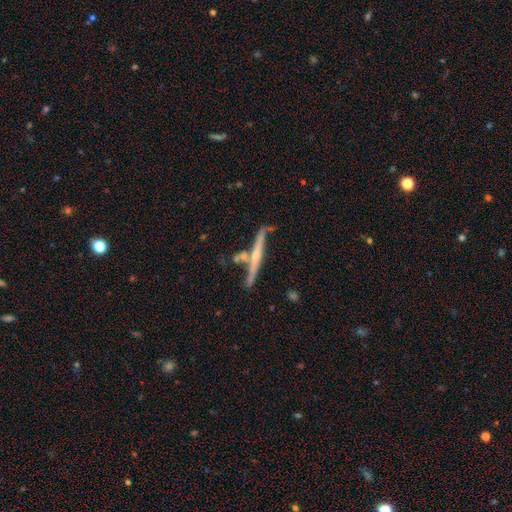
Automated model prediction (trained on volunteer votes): smooth_or_featured: featured or disk (p=0.73) [alt: smooth p=0.21]
disk_edge_on: yes (p=0.96) [alt: no p=0.04]
edge_on_bulge: rounded (p=0.70) [alt: none p=0.24]
merging: none (p=0.69) [alt: minor disturbance p=0.16]